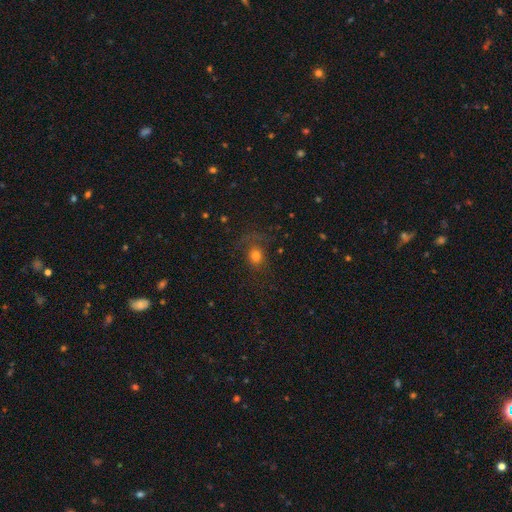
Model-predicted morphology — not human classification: Smooth or featured? Predicted: smooth (p=0.66). How rounded? Predicted: round (p=0.71). Merging? Predicted: none (p=0.60).